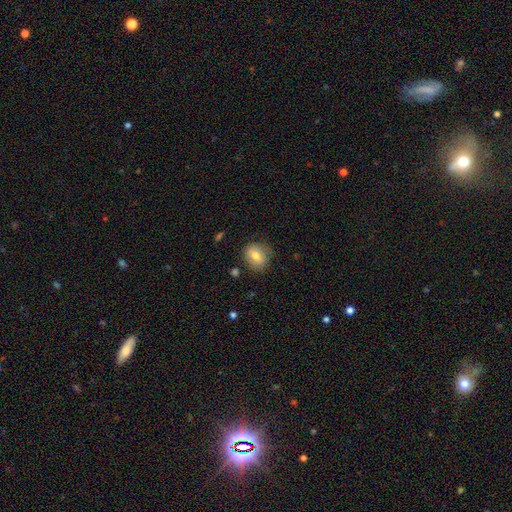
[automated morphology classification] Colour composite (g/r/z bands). It shows a smooth galaxy with no disk features (70%) that is round (71%). Merging: none (74%).